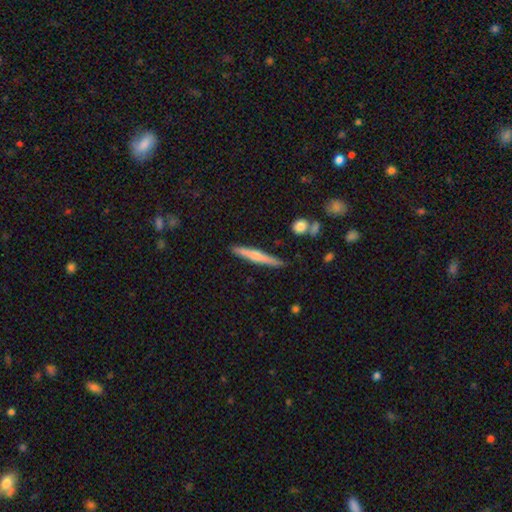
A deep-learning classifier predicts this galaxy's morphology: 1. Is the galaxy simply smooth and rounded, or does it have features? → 50% smooth, 44% featured or disk, 6% star or artifact.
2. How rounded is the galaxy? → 94% cigar-shaped, 4% in between, 2% round.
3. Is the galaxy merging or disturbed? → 88% none, 9% minor disturbance, 2% merger, 2% major disturbance.